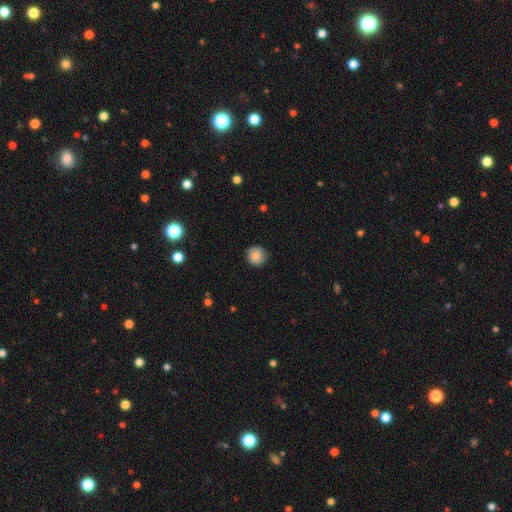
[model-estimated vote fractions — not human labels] This appears to be a smooth galaxy with no disk features (80%) that is round (91%). Merging: none (81%).